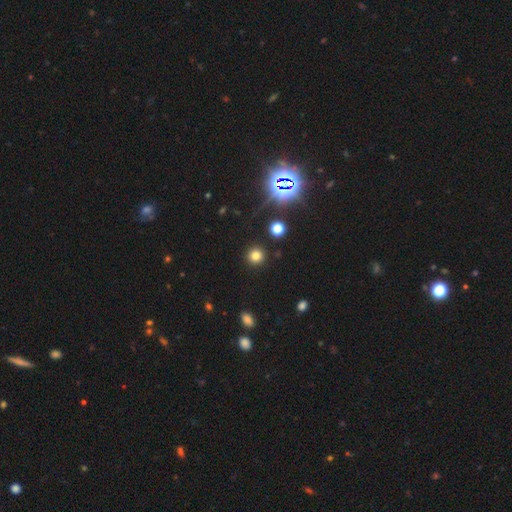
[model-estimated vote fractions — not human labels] A smooth galaxy with no disk features (77%) that is round (94%).

Vote fractions:
- Smooth or featured? smooth: 77% / star or artifact: 17% / featured or disk: 6%
- How rounded? round: 94% / in between: 5% / cigar-shaped: 1%
- Merging? none: 91% / minor disturbance: 5% / major disturbance: 2% / merger: 2%